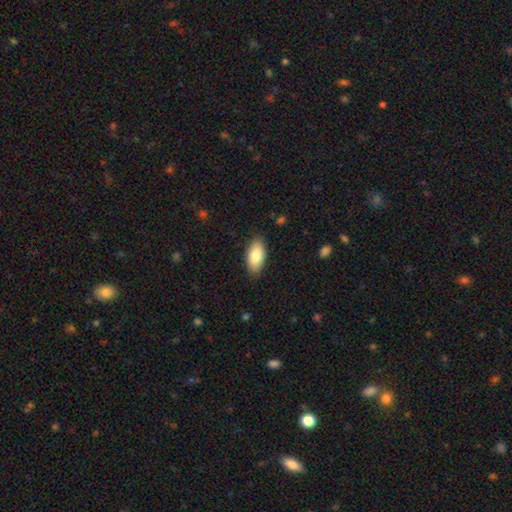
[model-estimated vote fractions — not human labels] A smooth galaxy with no disk features (84%) that is in between round and cigar-shaped (93%).

Vote fractions:
- Smooth or featured? smooth: 84% / featured or disk: 10% / star or artifact: 6%
- How rounded? in between: 93% / cigar-shaped: 5% / round: 2%
- Merging? none: 85% / minor disturbance: 11% / major disturbance: 2% / merger: 1%